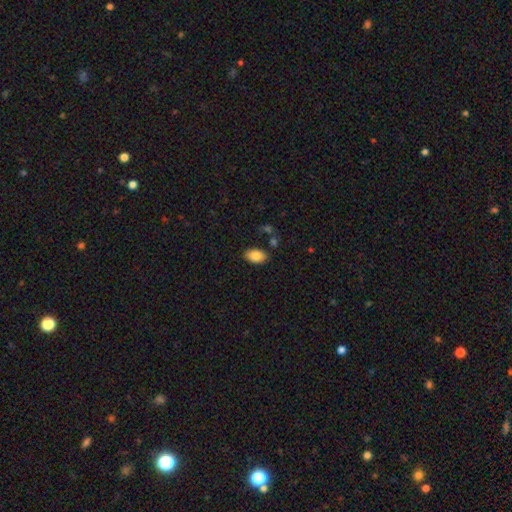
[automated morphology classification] Smooth or featured? Predicted: smooth (p=0.84). How rounded? Predicted: in between (p=0.92). Merging? Predicted: none (p=0.84).